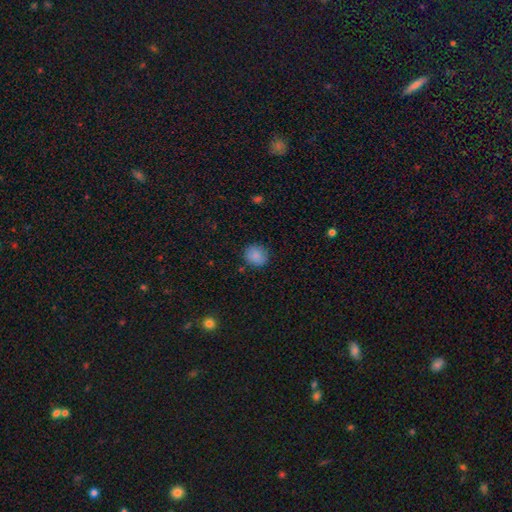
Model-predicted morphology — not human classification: Smooth or featured?
  - smooth: 87% *
  - star or artifact: 9%
  - featured or disk: 4%
How rounded?
  - round: 81% *
  - in between: 19%
  - cigar-shaped: 1%
Merging?
  - none: 84% *
  - minor disturbance: 12%
  - major disturbance: 3%
  - merger: 2%